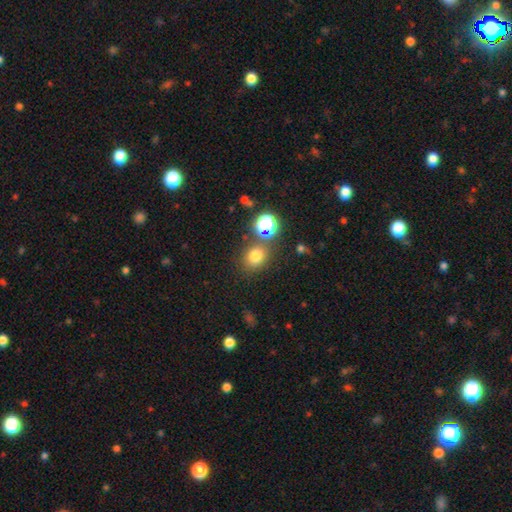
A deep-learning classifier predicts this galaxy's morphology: Smooth or featured? Predicted: smooth (p=0.74). How rounded? Predicted: round (p=0.70). Merging? Predicted: none (p=0.76).